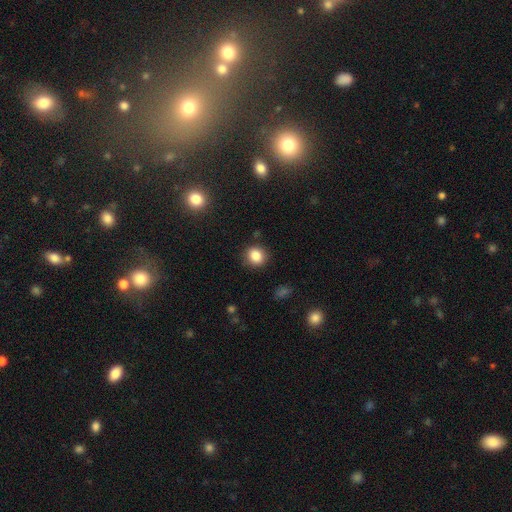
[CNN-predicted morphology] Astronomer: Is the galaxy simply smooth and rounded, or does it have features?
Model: smooth — 85%.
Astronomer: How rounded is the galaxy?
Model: round — 80%.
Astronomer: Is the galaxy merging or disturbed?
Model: none — 87%.